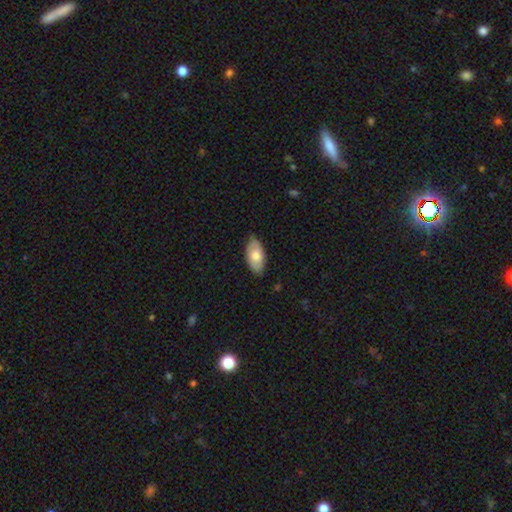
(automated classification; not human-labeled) Q: Smooth or featured?
A: smooth (69%); runner-up: featured or disk (25%)
Q: How rounded?
A: in between (94%); runner-up: round (3%)
Q: Merging?
A: none (78%); runner-up: minor disturbance (18%)